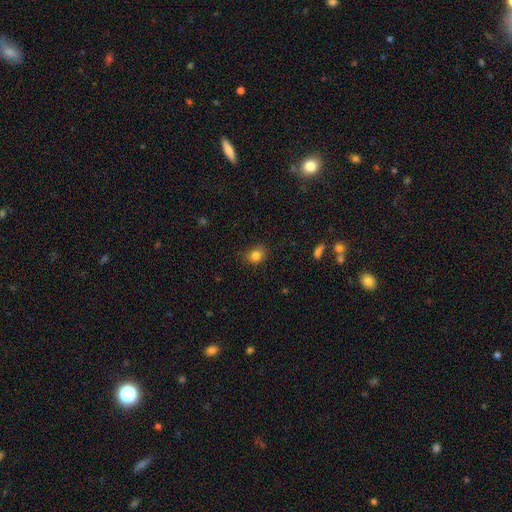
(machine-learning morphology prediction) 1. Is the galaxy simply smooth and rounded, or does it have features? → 82% smooth, 11% star or artifact, 6% featured or disk.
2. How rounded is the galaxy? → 55% round, 44% in between, 1% cigar-shaped.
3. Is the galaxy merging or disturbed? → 75% none, 19% minor disturbance, 4% major disturbance, 1% merger.